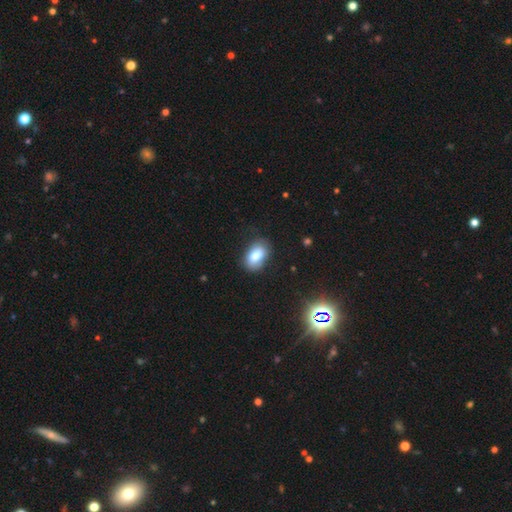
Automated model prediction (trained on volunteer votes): Smooth or featured: smooth — 79% (featured or disk — 12%)
How rounded: in between — 86% (round — 13%)
Merging: none — 78% (minor disturbance — 16%)